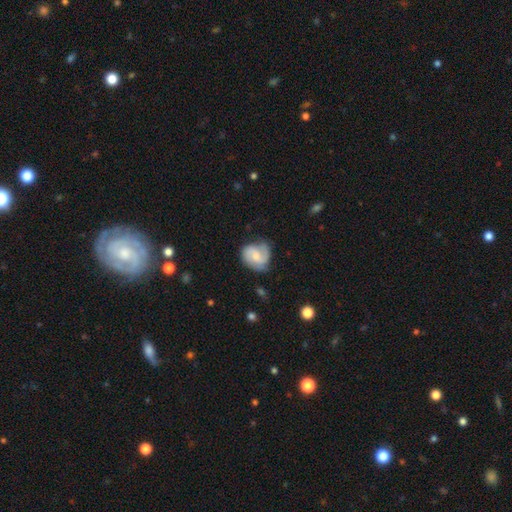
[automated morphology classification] Smooth or featured?
  - featured or disk: 64% *
  - smooth: 30%
  - star or artifact: 6%
Edge-on disk?
  - no: 98% *
  - yes: 2%
Bar?
  - no: 49% *
  - weak: 42%
  - strong: 8%
Spiral arms?
  - yes: 92% *
  - no: 8%
Spiral winding?
  - medium: 45% *
  - tight: 35%
  - loose: 20%
Spiral arm count?
  - 2: 72% *
  - can't tell: 11%
  - 3: 8%
  - 1: 6%
  - 4: 1%
  - more than 4: 1%
Bulge size?
  - moderate: 44% *
  - small: 42%
  - none: 9%
  - large: 4%
  - dominant: 1%
Merging?
  - none: 61% *
  - minor disturbance: 27%
  - major disturbance: 10%
  - merger: 2%